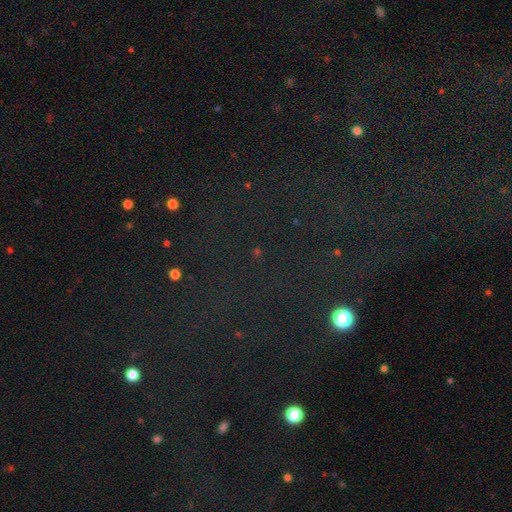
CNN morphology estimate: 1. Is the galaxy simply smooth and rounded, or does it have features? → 77% star or artifact, 14% smooth, 10% featured or disk.